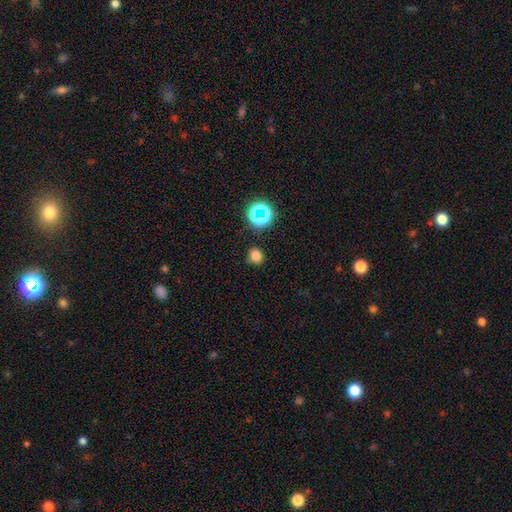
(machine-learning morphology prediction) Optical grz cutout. It shows a smooth galaxy with no disk features (75%) that is round (70%). Merging: none (85%).